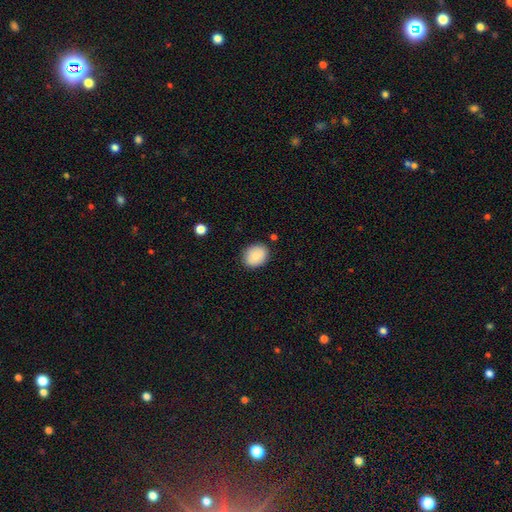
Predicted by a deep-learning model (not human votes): The model was most divided on "how rounded": round: 51%, in between: 48%, cigar-shaped: 1%. More confident: smooth or featured — smooth (85%); merging — none (85%).